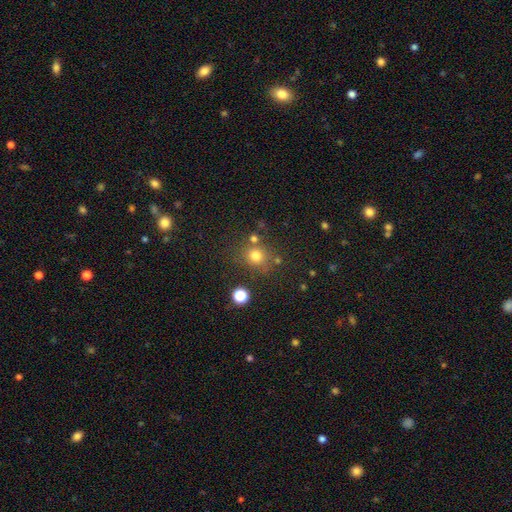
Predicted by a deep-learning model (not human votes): Smooth or featured? smooth (76%)
How rounded? round (85%)
Merging? none (73%)